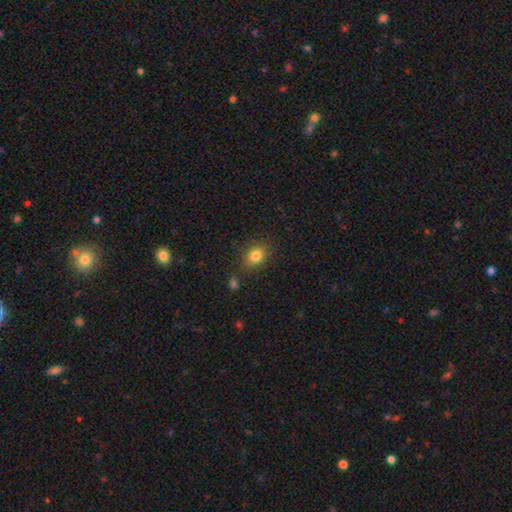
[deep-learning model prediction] A smooth galaxy with no disk features (82%) that is round (51%).

Vote fractions:
- Smooth or featured? smooth: 82% / star or artifact: 11% / featured or disk: 7%
- How rounded? round: 51% / in between: 47% / cigar-shaped: 1%
- Merging? none: 81% / minor disturbance: 12% / major disturbance: 3% / merger: 3%